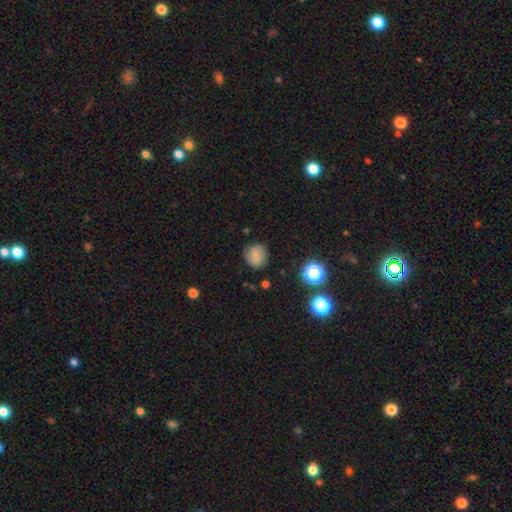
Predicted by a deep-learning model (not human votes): Smooth or featured? Predicted: smooth (p=0.80). How rounded? Predicted: round (p=0.84). Merging? Predicted: none (p=0.83).